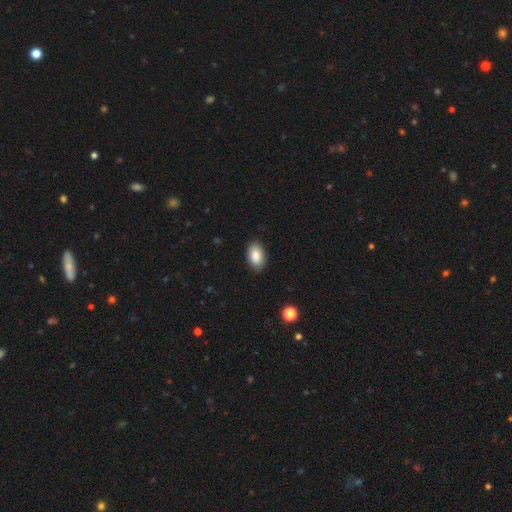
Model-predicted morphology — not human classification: type=smooth (87%); roundness=in between (92%); merging=none (87%).